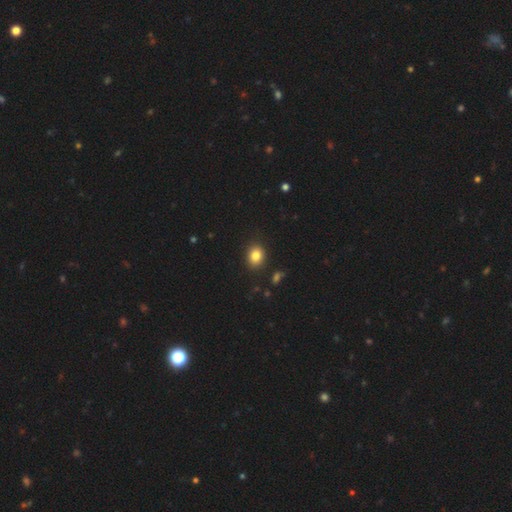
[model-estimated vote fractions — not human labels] A smooth galaxy with no disk features (84%) that is round (52%).

Vote fractions:
- Smooth or featured? smooth: 84% / star or artifact: 10% / featured or disk: 6%
- How rounded? round: 52% / in between: 47% / cigar-shaped: 1%
- Merging? none: 89% / minor disturbance: 8% / major disturbance: 2% / merger: 2%